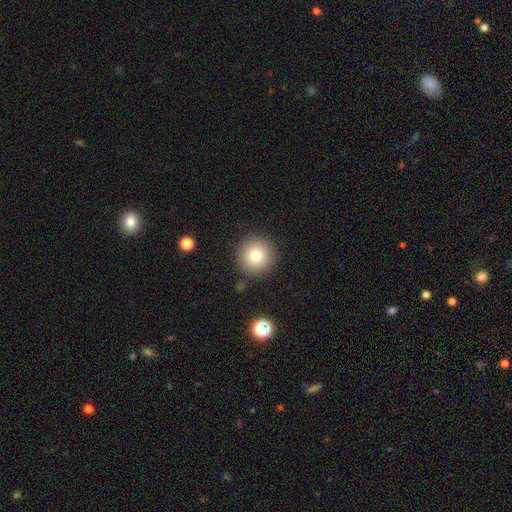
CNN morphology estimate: smooth 80%, star or artifact 11%, featured or disk 9%. Down the decision tree: how rounded — round (96%); merging — none (88%).